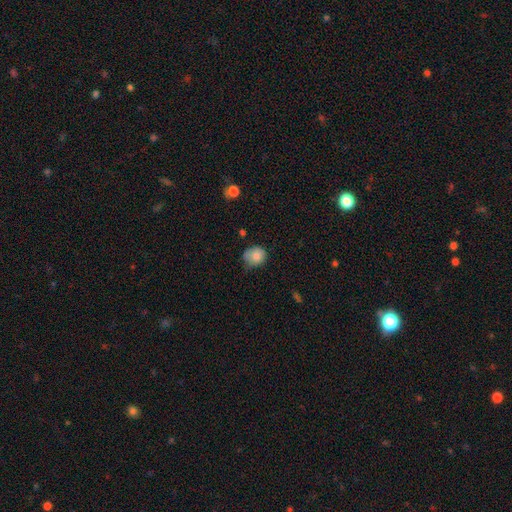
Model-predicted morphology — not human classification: Smooth or featured? Predicted: smooth (p=0.81). How rounded? Predicted: round (p=0.68). Merging? Predicted: none (p=0.49).